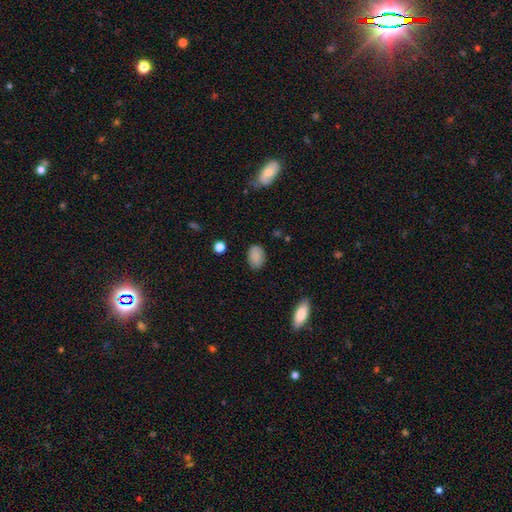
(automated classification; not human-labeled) Q: Smooth or featured?
A: smooth (87%); runner-up: star or artifact (9%)
Q: How rounded?
A: in between (83%); runner-up: round (16%)
Q: Merging?
A: none (81%); runner-up: minor disturbance (14%)